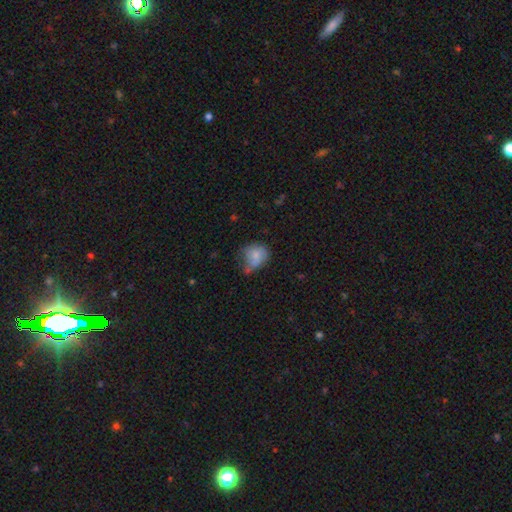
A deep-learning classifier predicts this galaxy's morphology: smooth_or_featured: smooth (p=0.75) [alt: featured or disk p=0.15]
how_rounded: round (p=0.55) [alt: in between p=0.43]
merging: minor disturbance (p=0.38) [alt: none p=0.37]